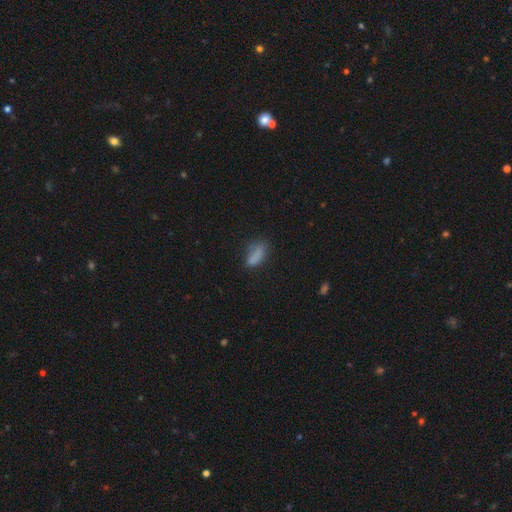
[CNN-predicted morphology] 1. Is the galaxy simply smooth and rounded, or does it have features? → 78% smooth, 11% star or artifact, 11% featured or disk.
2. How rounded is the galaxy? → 68% in between, 28% cigar-shaped, 4% round.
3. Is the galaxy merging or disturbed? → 50% none, 29% minor disturbance, 16% major disturbance, 5% merger.